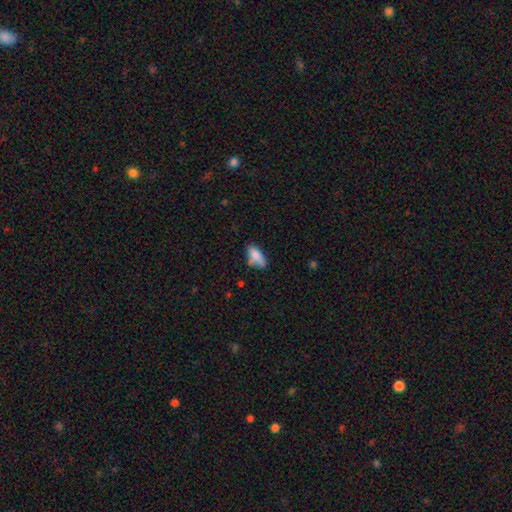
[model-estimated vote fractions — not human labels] Q: Smooth or featured?
A: smooth (81%); runner-up: featured or disk (11%)
Q: How rounded?
A: in between (85%); runner-up: cigar-shaped (12%)
Q: Merging?
A: none (50%); runner-up: minor disturbance (30%)